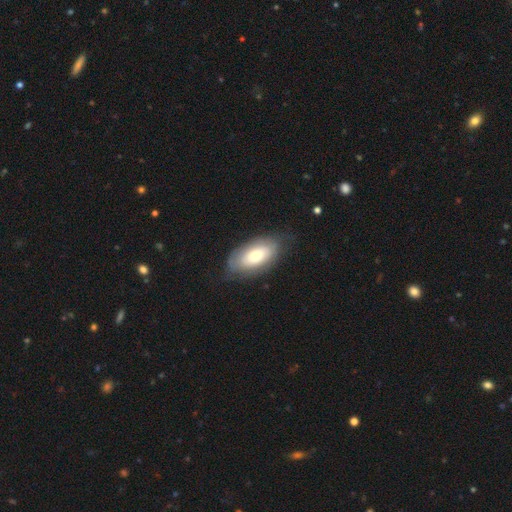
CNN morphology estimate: smooth 61%, featured or disk 33%, star or artifact 6%. Down the decision tree: how rounded — in between (92%); merging — none (74%).